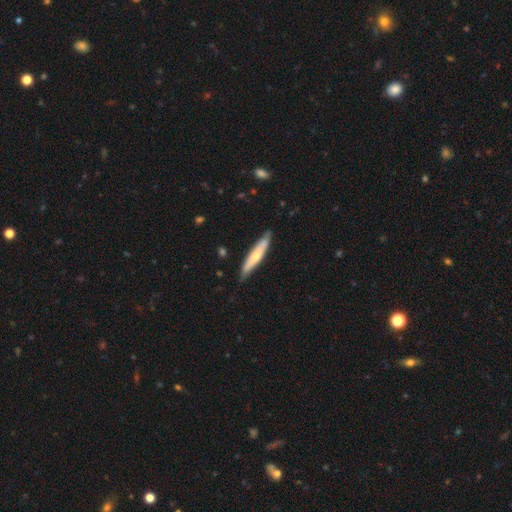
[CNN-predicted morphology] smooth-or-featured: smooth: 55% | featured or disk: 40% | star or artifact: 5%
  how-rounded: cigar-shaped: 88% | in between: 11% | round: 1%
  merging: none: 81% | minor disturbance: 15% | major disturbance: 2% | merger: 1%